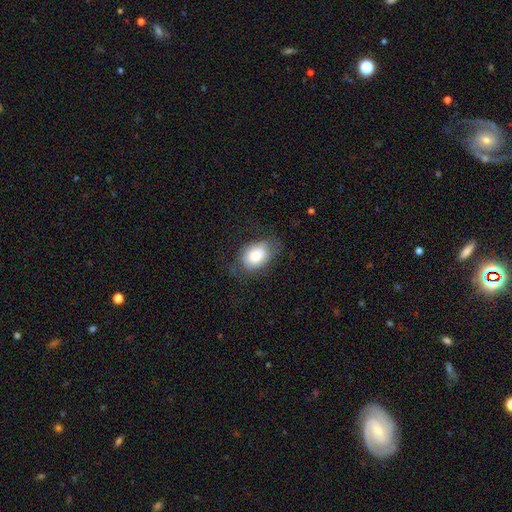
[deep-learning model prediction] A smooth galaxy with no disk features (70%) that is in between round and cigar-shaped (71%). Merging: none (58%).